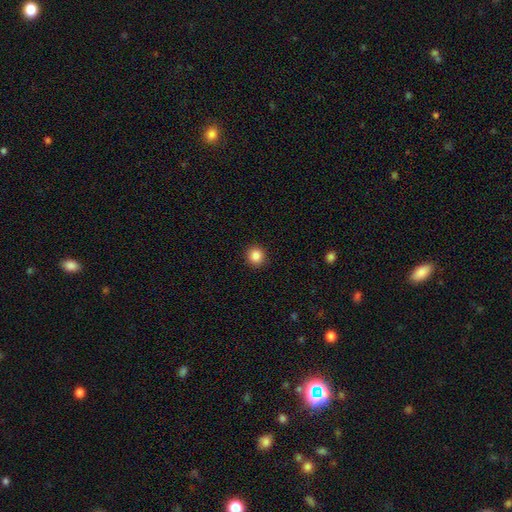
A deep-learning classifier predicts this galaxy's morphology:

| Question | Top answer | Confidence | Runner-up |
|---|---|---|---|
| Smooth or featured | smooth | 87% | star or artifact (10%) |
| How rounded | round | 91% | in between (8%) |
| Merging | none | 92% | minor disturbance (5%) |